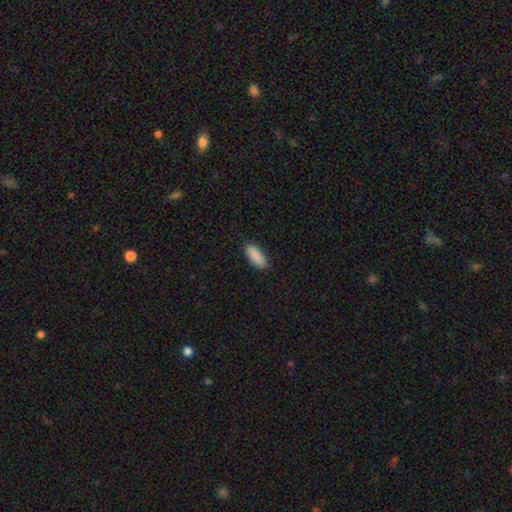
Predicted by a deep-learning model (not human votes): Q: Smooth or featured?
A: smooth (90%); runner-up: star or artifact (6%)
Q: How rounded?
A: in between (76%); runner-up: cigar-shaped (23%)
Q: Merging?
A: none (88%); runner-up: minor disturbance (9%)